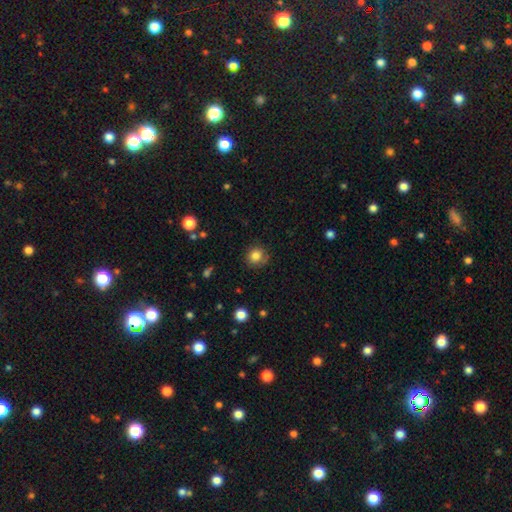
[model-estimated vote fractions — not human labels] Morphology: type=smooth (82%); roundness=round (88%); merging=none (81%).